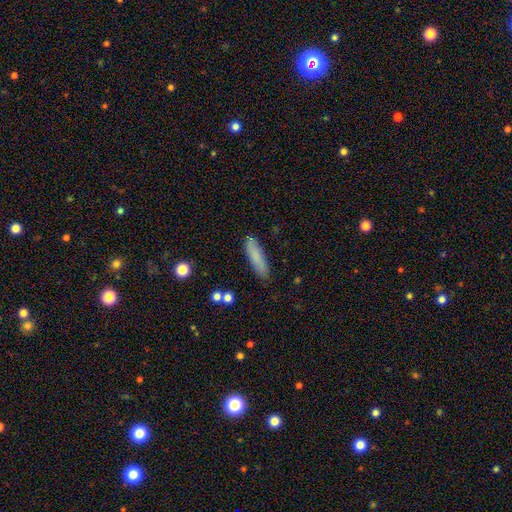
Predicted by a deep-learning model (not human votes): Smooth or featured? smooth (81%)
How rounded? cigar-shaped (75%)
Merging? none (86%)